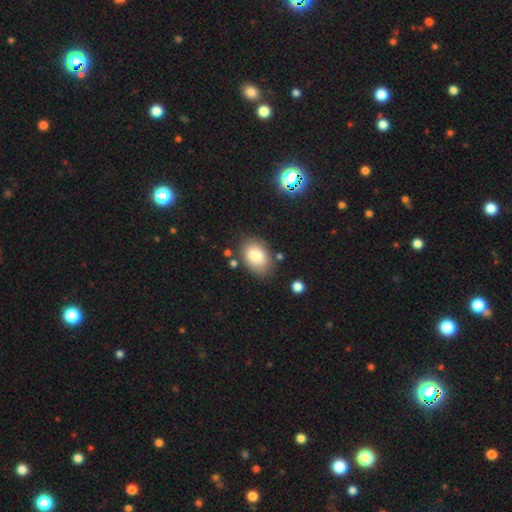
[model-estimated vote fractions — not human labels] Smooth or featured: smooth — 83% (featured or disk — 9%)
How rounded: in between — 85% (round — 14%)
Merging: none — 75% (minor disturbance — 16%)